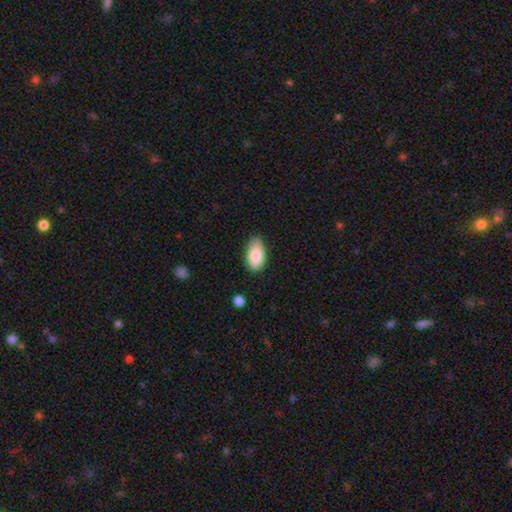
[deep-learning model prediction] Smooth or featured?
  - smooth: 86% *
  - featured or disk: 7%
  - star or artifact: 6%
How rounded?
  - in between: 94% *
  - round: 3%
  - cigar-shaped: 3%
Merging?
  - none: 77% *
  - minor disturbance: 19%
  - major disturbance: 3%
  - merger: 1%